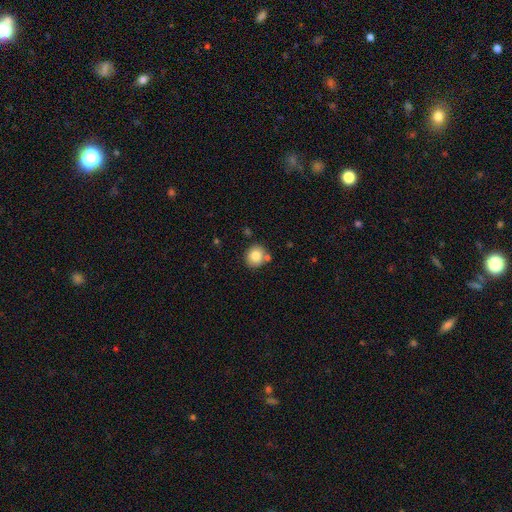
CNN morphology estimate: Smooth or featured? Predicted: smooth (p=0.82). How rounded? Predicted: round (p=0.83). Merging? Predicted: none (p=0.75).